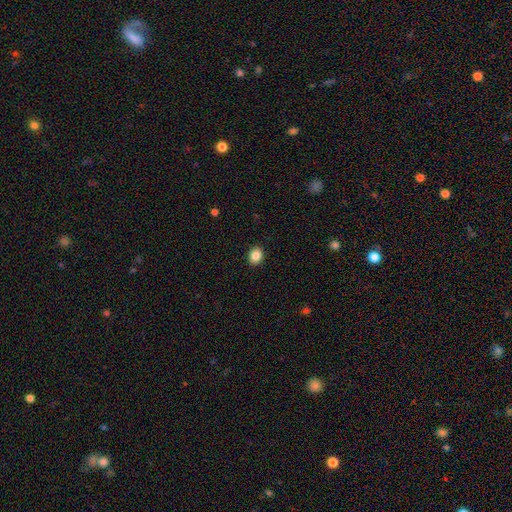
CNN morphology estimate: smooth 86%, star or artifact 9%, featured or disk 4%. Down the decision tree: how rounded — round (54%); merging — none (91%).